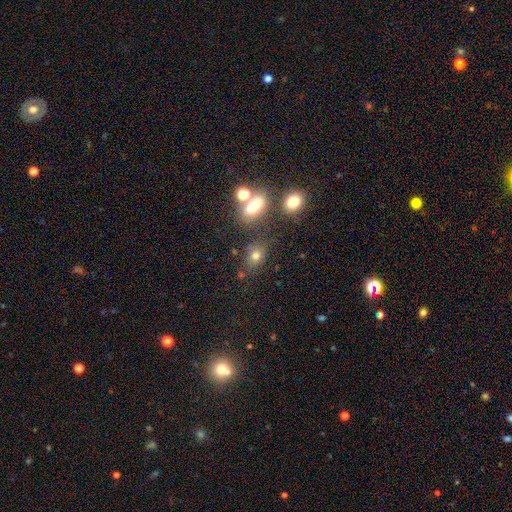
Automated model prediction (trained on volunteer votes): Smooth or featured? Predicted: smooth (p=0.71). How rounded? Predicted: in between (p=0.56). Merging? Predicted: none (p=0.65).